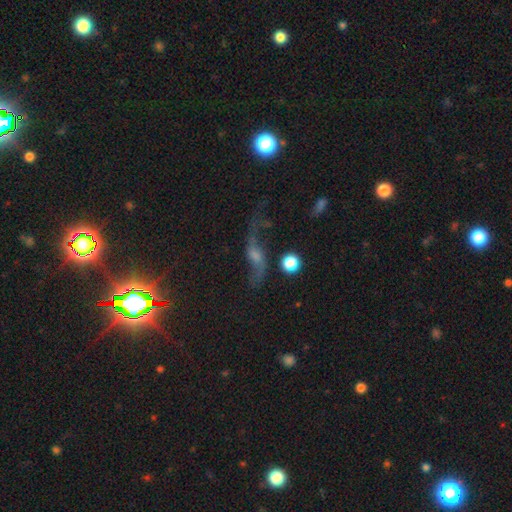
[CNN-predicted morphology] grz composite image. It shows a featured or disk galaxy (70%) with no bar (53%), 2 (90%) loose (90%) spiral arms (92%) and a moderate central bulge (38%). Merging: none (64%).